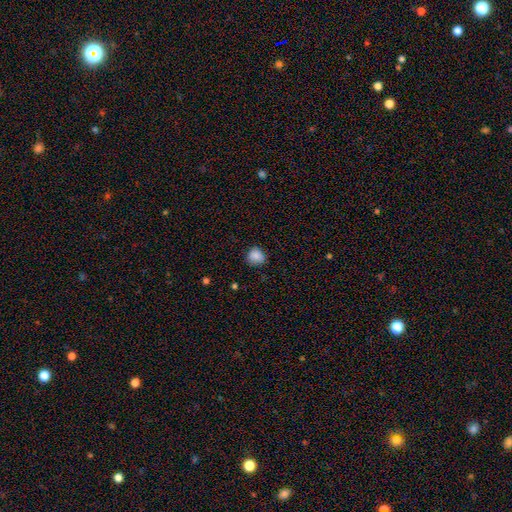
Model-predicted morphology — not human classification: The model was most divided on "merging": none: 75%, minor disturbance: 19%, major disturbance: 4%, merger: 1%. More confident: smooth or featured — smooth (87%); how rounded — round (78%).